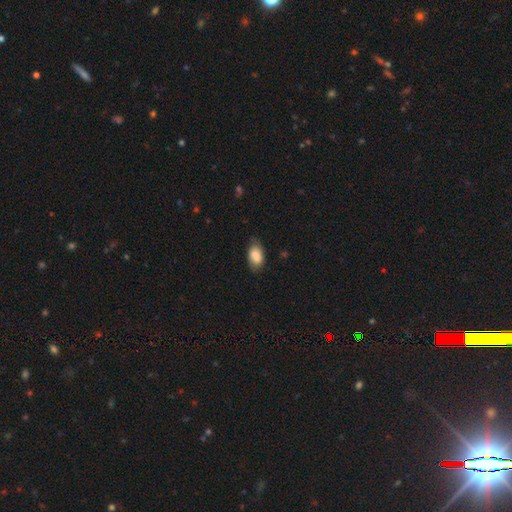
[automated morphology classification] Q: Smooth or featured?
A: smooth (85%); runner-up: featured or disk (8%)
Q: How rounded?
A: in between (92%); runner-up: round (6%)
Q: Merging?
A: none (72%); runner-up: minor disturbance (22%)